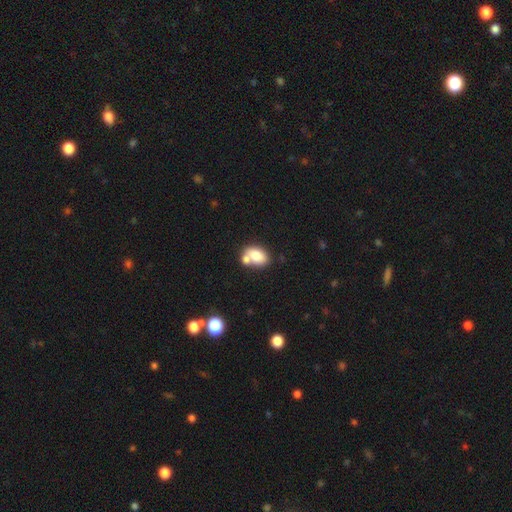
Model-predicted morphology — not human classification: The model was most divided on "merging": merger: 42%, none: 40%, minor disturbance: 13%, major disturbance: 5%. More confident: how rounded — in between (84%); smooth or featured — smooth (78%).